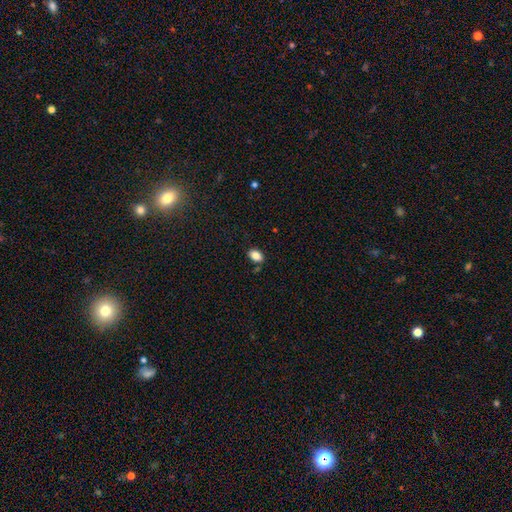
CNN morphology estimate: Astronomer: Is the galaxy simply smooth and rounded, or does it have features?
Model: smooth — 85%.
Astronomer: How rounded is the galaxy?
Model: in between — 85%.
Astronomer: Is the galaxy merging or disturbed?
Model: none — 81%.